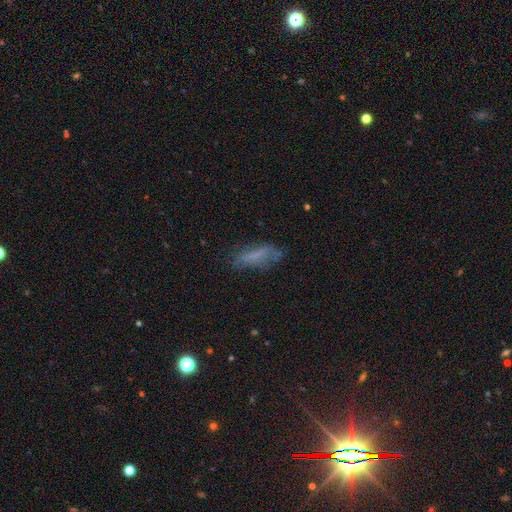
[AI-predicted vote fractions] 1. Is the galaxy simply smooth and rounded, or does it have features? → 60% smooth, 28% featured or disk, 12% star or artifact.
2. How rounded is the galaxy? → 56% cigar-shaped, 42% in between, 2% round.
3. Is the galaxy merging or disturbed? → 62% none, 24% minor disturbance, 11% major disturbance, 3% merger.